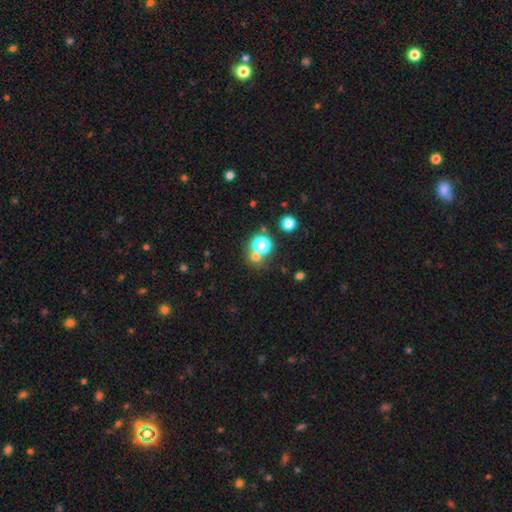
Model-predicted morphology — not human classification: Smooth or featured? Predicted: smooth (p=0.62). How rounded? Predicted: round (p=0.86). Merging? Predicted: none (p=0.59).